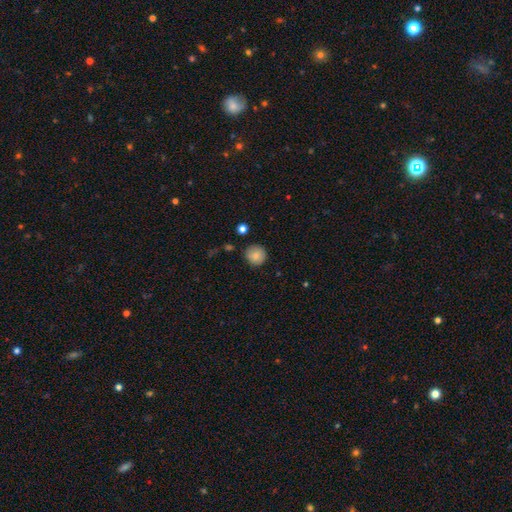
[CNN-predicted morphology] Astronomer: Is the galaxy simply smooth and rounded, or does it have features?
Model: smooth — 83%.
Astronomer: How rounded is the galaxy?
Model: round — 94%.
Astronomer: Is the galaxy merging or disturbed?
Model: none — 85%.